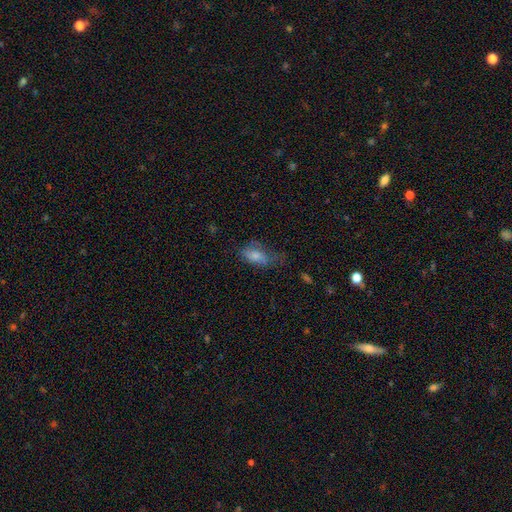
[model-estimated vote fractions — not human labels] A smooth galaxy with no disk features (74%) that is in between round and cigar-shaped (89%).

Vote fractions:
- Smooth or featured? smooth: 74% / featured or disk: 17% / star or artifact: 9%
- How rounded? in between: 89% / cigar-shaped: 6% / round: 5%
- Merging? none: 37% / minor disturbance: 33% / major disturbance: 27% / merger: 2%